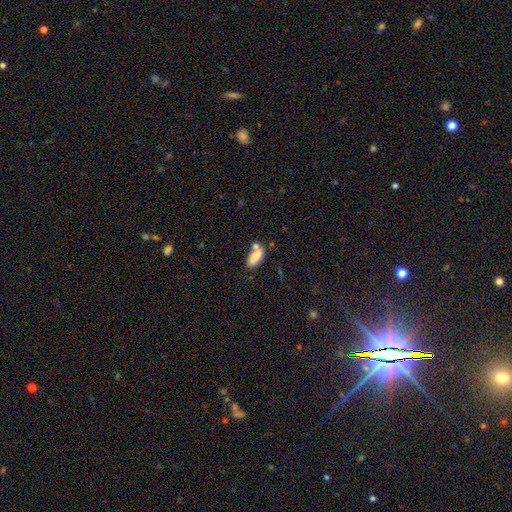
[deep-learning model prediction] Q: Smooth or featured?
A: smooth (77%); runner-up: featured or disk (15%)
Q: How rounded?
A: in between (86%); runner-up: cigar-shaped (11%)
Q: Merging?
A: none (41%); runner-up: merger (35%)